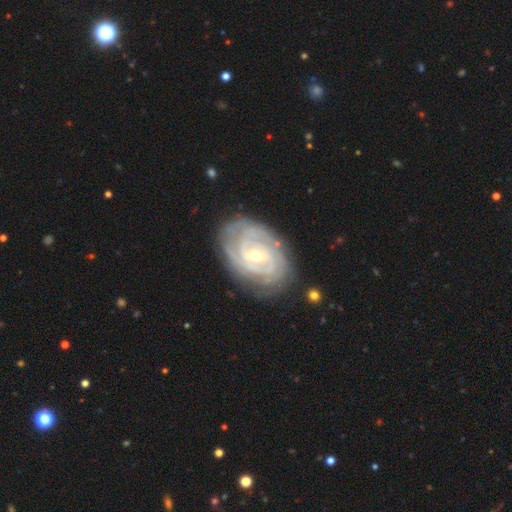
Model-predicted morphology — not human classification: A featured or disk galaxy (90%) with a weak bar (46%), tight (81%) spiral arms (97%) and a small central bulge (49%).

Vote fractions:
- Smooth or featured? featured or disk: 90% / smooth: 5% / star or artifact: 4%
- Edge-on disk? no: 97% / yes: 3%
- Bar? weak: 46% / no: 33% / strong: 20%
- Spiral arms? yes: 97% / no: 3%
- Spiral winding? tight: 81% / medium: 16% / loose: 3%
- Spiral arm count? can't tell: 26% / 3: 24% / 2: 22% / 4: 17% / more than 4: 7% / 1: 6%
- Bulge size? small: 49% / moderate: 48% / large: 1% / none: 1% / dominant: 1%
- Merging? none: 80% / minor disturbance: 15% / major disturbance: 4% / merger: 1%